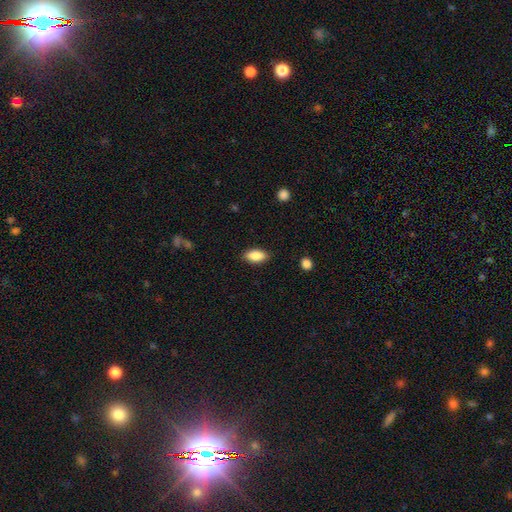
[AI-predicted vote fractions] smooth-or-featured: smooth: 88% | star or artifact: 7% | featured or disk: 5%
  how-rounded: in between: 91% | cigar-shaped: 6% | round: 3%
  merging: none: 87% | minor disturbance: 10% | major disturbance: 2% | merger: 1%